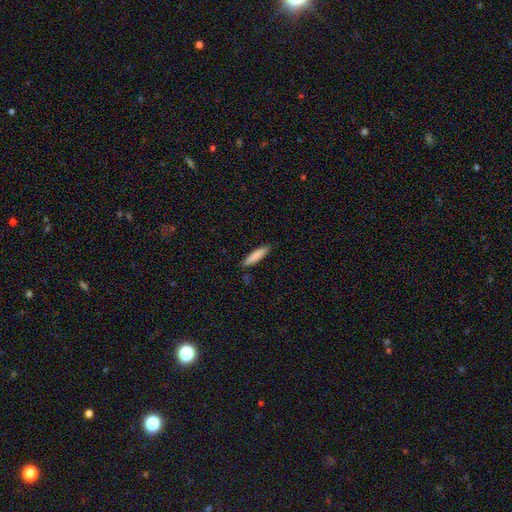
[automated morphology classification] smooth_or_featured: smooth (p=0.84) [alt: featured or disk p=0.11]
how_rounded: cigar-shaped (p=0.80) [alt: in between p=0.19]
merging: none (p=0.87) [alt: minor disturbance p=0.10]